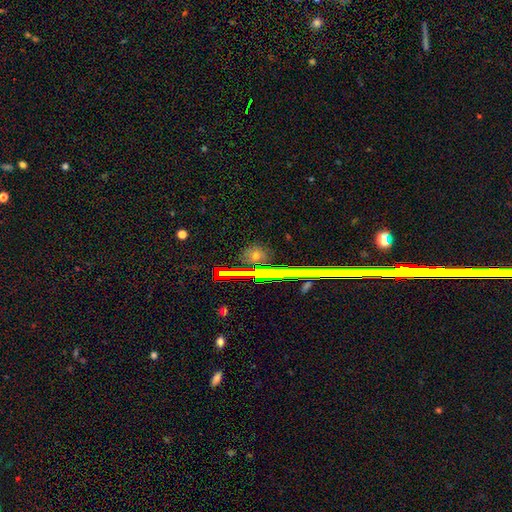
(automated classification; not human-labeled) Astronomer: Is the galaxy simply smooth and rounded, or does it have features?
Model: star or artifact — 43% (runner-up: smooth, 42%).